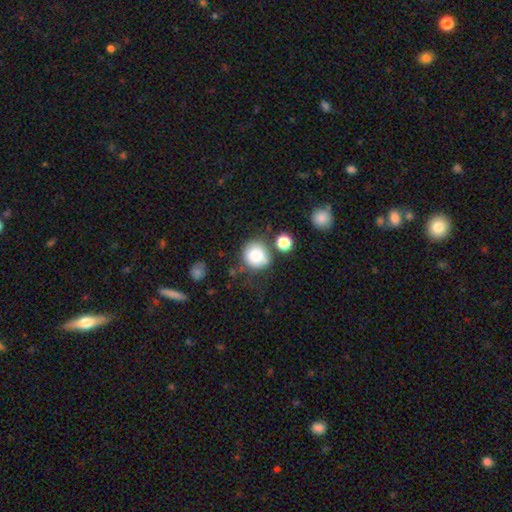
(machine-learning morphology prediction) A smooth galaxy with no disk features (81%) that is round (87%). Merging: none (63%).